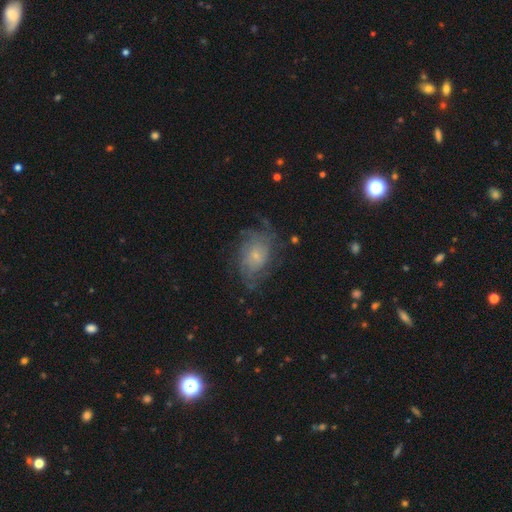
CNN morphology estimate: This is likely a featured or disk galaxy (66%). It is clearly not viewed edge-on (96%). Bar: likely no (74%). Spiral arm pattern: clearly yes (84%). Spiral arm count: possibly can't tell (53%). Spiral winding: marginally tight (45%). Central bulge: likely small (68%). Merging: likely none (62%).